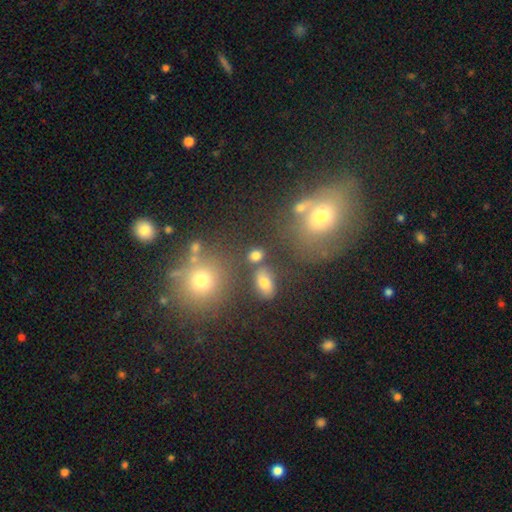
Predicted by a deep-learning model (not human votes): Smooth or featured: smooth — 75% (star or artifact — 16%)
How rounded: in between — 56% (round — 41%)
Merging: none — 71% (merger — 12%)